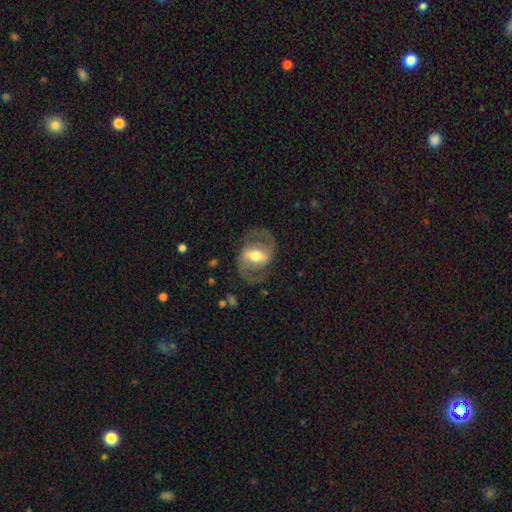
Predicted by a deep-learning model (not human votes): The model was most divided on "bar": strong: 49%, weak: 36%, no: 15%. More confident: edge-on disk — no (95%); spiral arm count — 2 (88%); spiral arms — yes (79%); smooth or featured — featured or disk (78%); merging — none (74%); bulge size — moderate (63%); spiral winding — medium (55%).